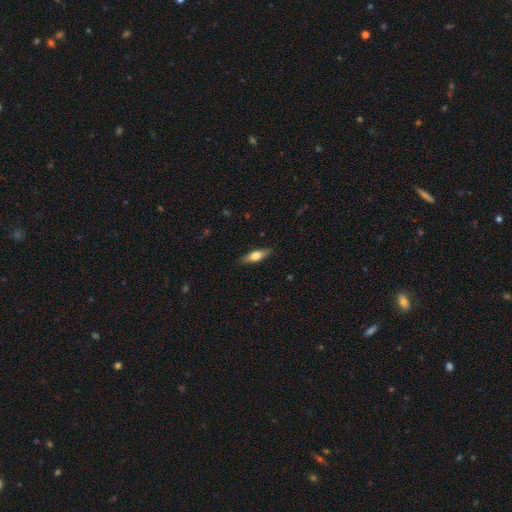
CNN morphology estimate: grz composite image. It shows a smooth galaxy with no disk features (60%) that is in between round and cigar-shaped (49%). Merging: none (87%).